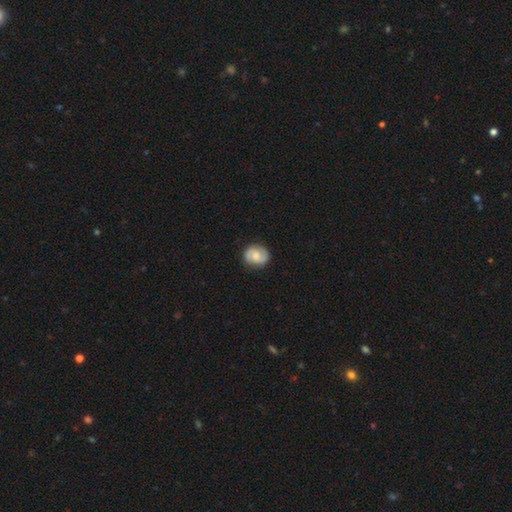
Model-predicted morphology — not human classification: Q: Smooth or featured?
A: featured or disk (58%); runner-up: smooth (35%)
Q: Edge-on disk?
A: no (98%); runner-up: yes (2%)
Q: Bar?
A: no (49%); runner-up: weak (42%)
Q: Spiral arms?
A: yes (89%); runner-up: no (11%)
Q: Spiral winding?
A: medium (46%); runner-up: tight (35%)
Q: Spiral arm count?
A: 2 (89%); runner-up: can't tell (6%)
Q: Bulge size?
A: moderate (59%); runner-up: small (28%)
Q: Merging?
A: none (85%); runner-up: minor disturbance (11%)